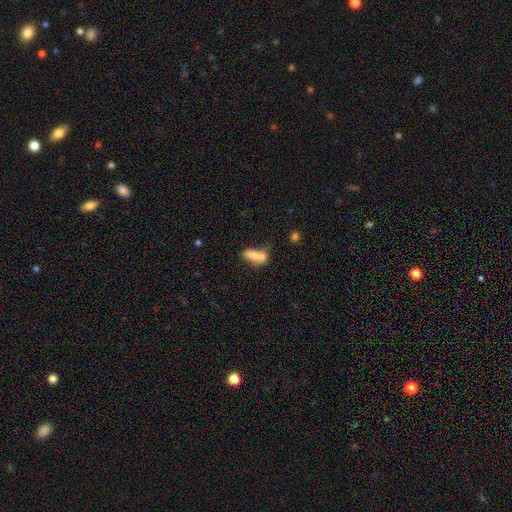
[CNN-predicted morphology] This appears to be a smooth galaxy with no disk features (69%) that is in between round and cigar-shaped (72%). Merging: merger (53%).